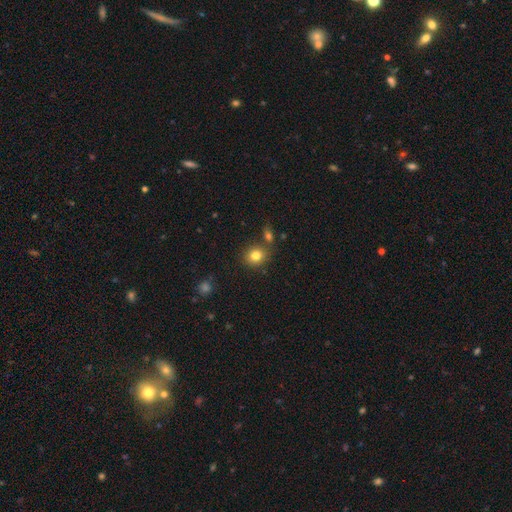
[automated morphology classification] A smooth galaxy with no disk features (81%) that is round (75%).

Vote fractions:
- Smooth or featured? smooth: 81% / star or artifact: 11% / featured or disk: 8%
- How rounded? round: 75% / in between: 24% / cigar-shaped: 1%
- Merging? none: 75% / merger: 11% / minor disturbance: 10% / major disturbance: 3%